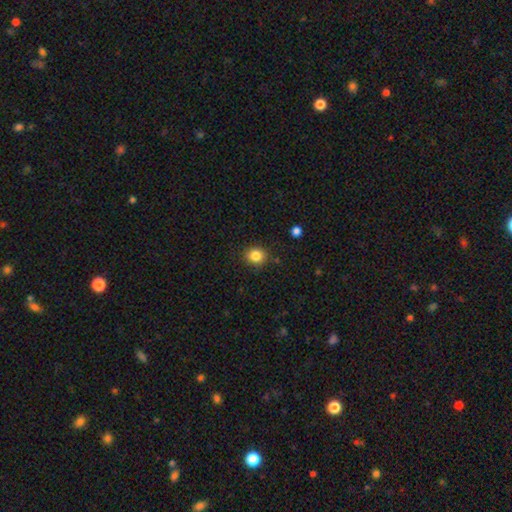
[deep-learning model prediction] Smooth or featured? smooth (84%)
How rounded? round (79%)
Merging? none (87%)